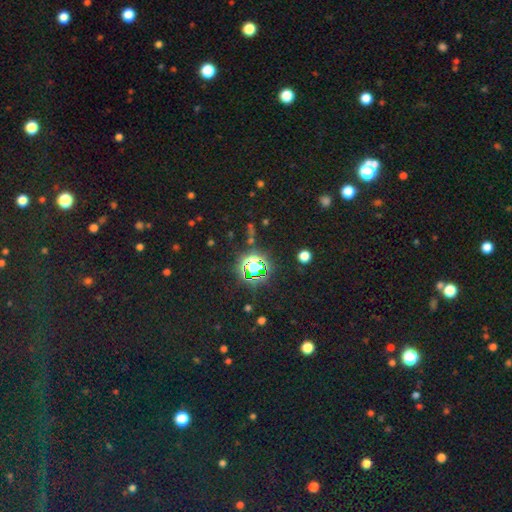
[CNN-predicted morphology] type=star or artifact (80%).